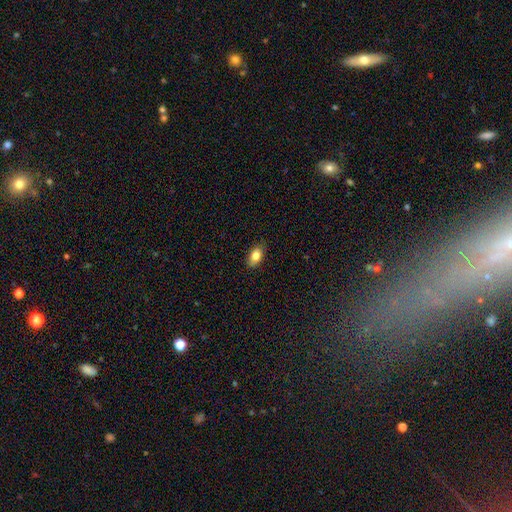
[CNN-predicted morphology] Overall: smooth (82%). How rounded: in between (89%). Merging: none (86%).